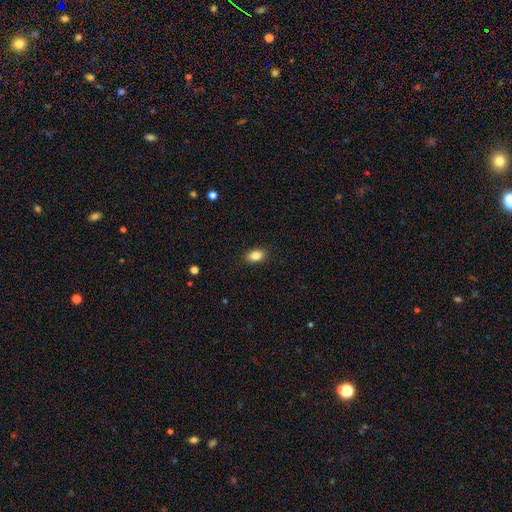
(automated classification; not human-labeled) Overall: smooth (85%). How rounded: in between (84%). Merging: none (89%).